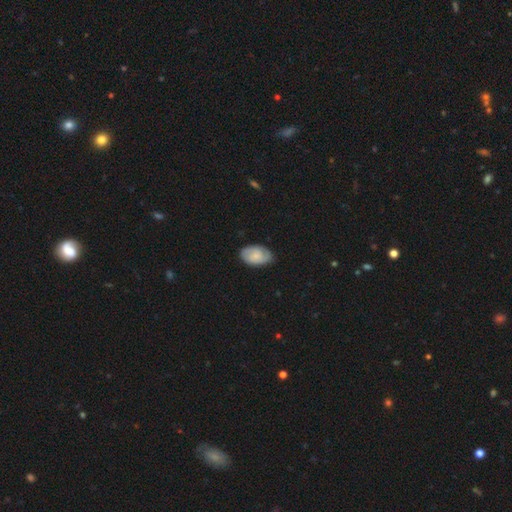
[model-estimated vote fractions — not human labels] smooth_or_featured: smooth (p=0.54) [alt: featured or disk p=0.39]
how_rounded: in between (p=0.92) [alt: round p=0.07]
merging: none (p=0.74) [alt: minor disturbance p=0.21]